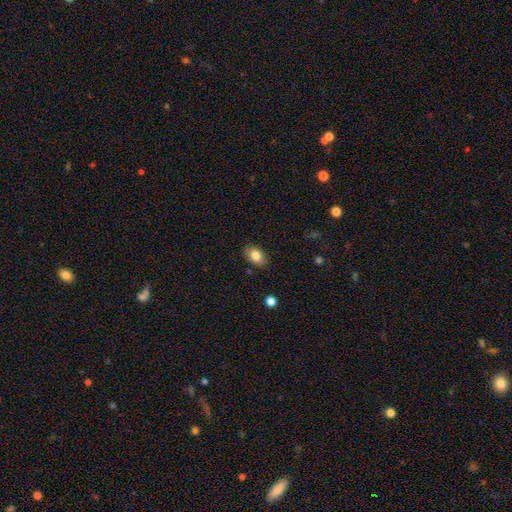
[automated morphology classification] Smooth or featured: smooth — 82% (featured or disk — 10%)
How rounded: in between — 79% (round — 20%)
Merging: none — 85% (minor disturbance — 11%)